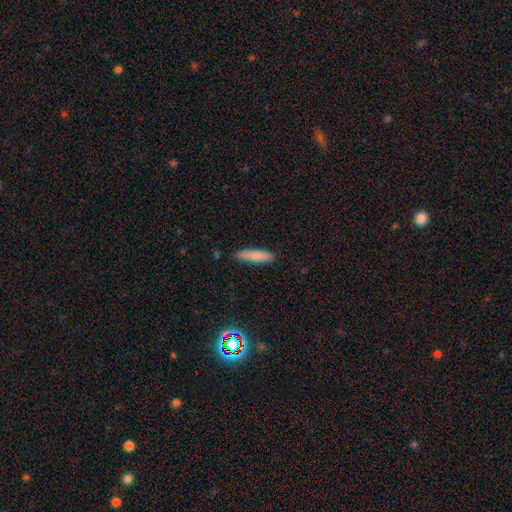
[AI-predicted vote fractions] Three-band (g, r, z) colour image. It shows a smooth galaxy with no disk features (81%) that is cigar-shaped (73%). Merging: none (82%).